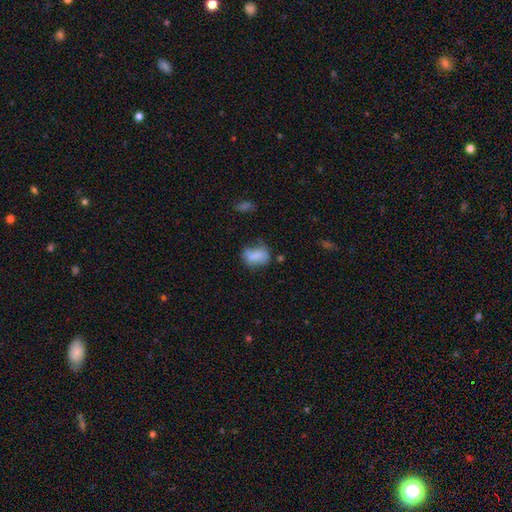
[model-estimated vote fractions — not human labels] This appears to be a smooth galaxy with no disk features (75%) that is in between round and cigar-shaped (75%). Merging: none (47%).